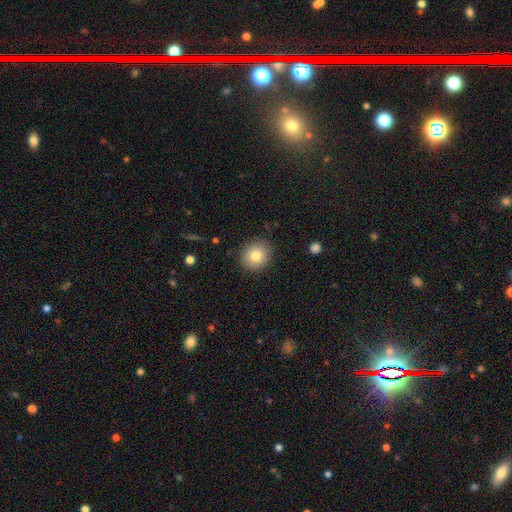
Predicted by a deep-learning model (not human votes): The model was most divided on "how rounded": round: 74%, in between: 25%, cigar-shaped: 1%. More confident: merging — none (88%); smooth or featured — smooth (81%).